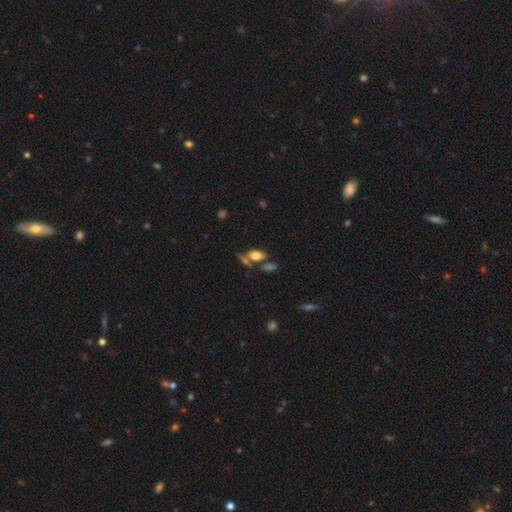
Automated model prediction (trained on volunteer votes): This appears to be a smooth galaxy with no disk features (67%) that is in between round and cigar-shaped (84%). Merging: none (55%).